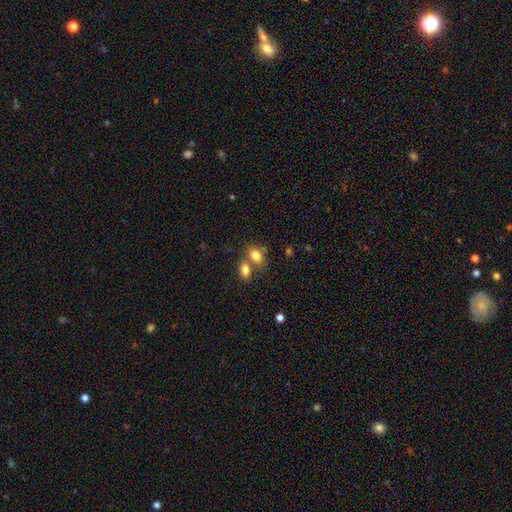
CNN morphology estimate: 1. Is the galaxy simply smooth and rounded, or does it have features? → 80% smooth, 10% featured or disk, 9% star or artifact.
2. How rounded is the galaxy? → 80% in between, 17% round, 2% cigar-shaped.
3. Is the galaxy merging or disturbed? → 46% merger, 40% none, 10% minor disturbance, 4% major disturbance.